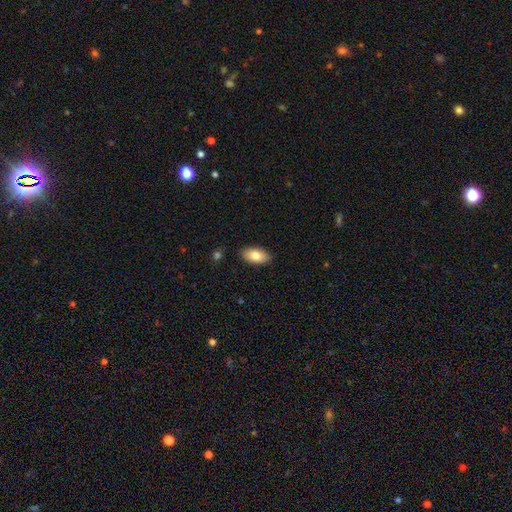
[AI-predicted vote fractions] This appears to be a smooth galaxy with no disk features (80%) that is in between round and cigar-shaped (92%). Merging: none (88%).